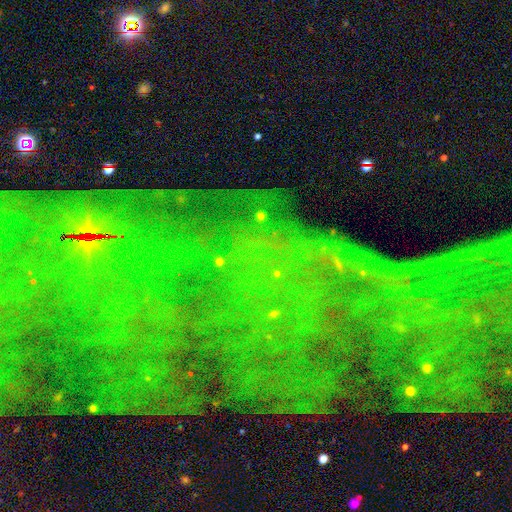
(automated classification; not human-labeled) Smooth or featured? Predicted: star or artifact (p=0.79).